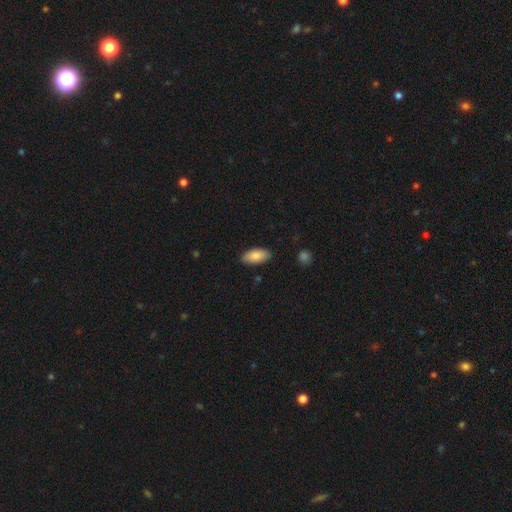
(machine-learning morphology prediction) smooth 86%, featured or disk 8%, star or artifact 6%. Down the decision tree: how rounded — in between (90%); merging — none (86%).